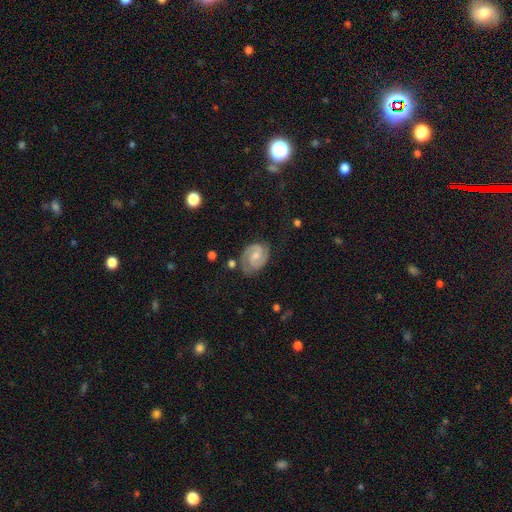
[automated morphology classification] Q: Smooth or featured?
A: featured or disk (81%); runner-up: smooth (13%)
Q: Edge-on disk?
A: no (98%); runner-up: yes (2%)
Q: Bar?
A: weak (46%); tied with: no (46%)
Q: Spiral arms?
A: yes (97%); runner-up: no (3%)
Q: Spiral winding?
A: tight (50%); runner-up: medium (41%)
Q: Spiral arm count?
A: 2 (87%); runner-up: can't tell (6%)
Q: Bulge size?
A: small (43%); tied with: moderate (43%)
Q: Merging?
A: none (71%); runner-up: minor disturbance (19%)